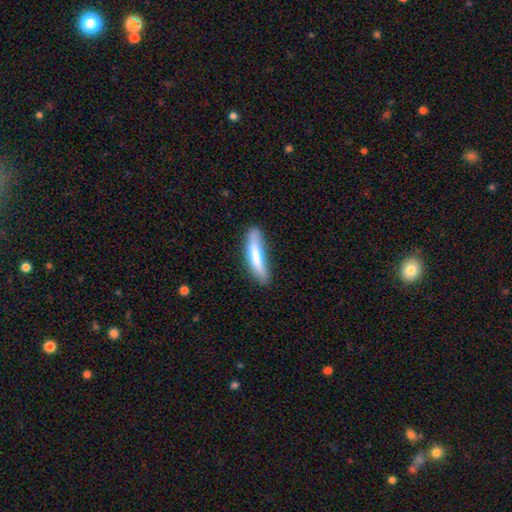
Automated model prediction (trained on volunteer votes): This appears to be a smooth galaxy with no disk features (74%) that is cigar-shaped (80%). Merging: none (68%).